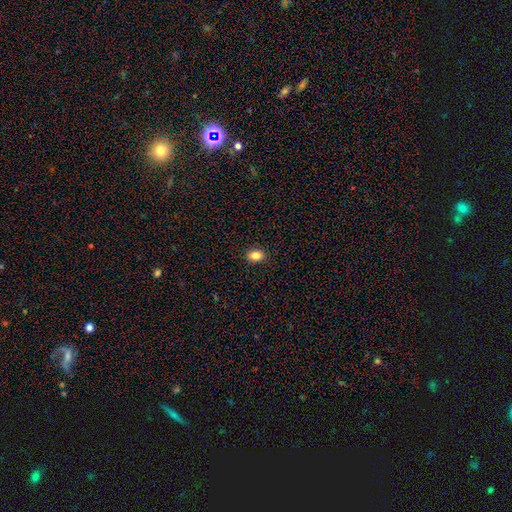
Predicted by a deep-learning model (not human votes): A smooth galaxy with no disk features (83%) that is in between round and cigar-shaped (61%).

Vote fractions:
- Smooth or featured? smooth: 83% / star or artifact: 11% / featured or disk: 6%
- How rounded? in between: 61% / round: 38% / cigar-shaped: 1%
- Merging? none: 90% / minor disturbance: 7% / major disturbance: 2% / merger: 1%